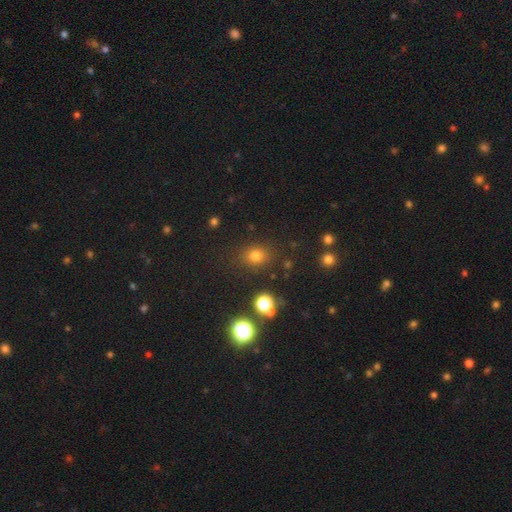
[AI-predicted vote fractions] The model was most divided on "how rounded": round: 63%, in between: 36%, cigar-shaped: 1%. More confident: merging — none (84%); smooth or featured — smooth (73%).